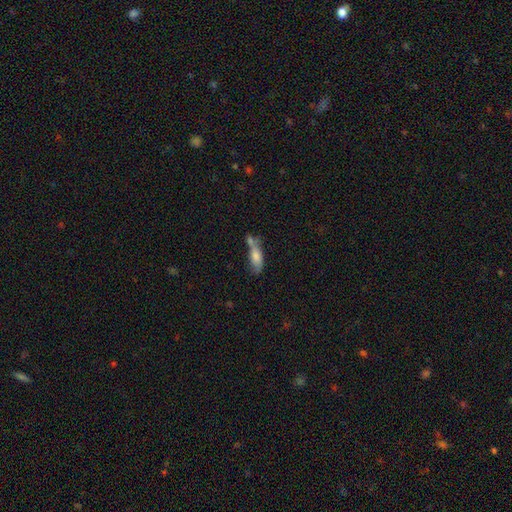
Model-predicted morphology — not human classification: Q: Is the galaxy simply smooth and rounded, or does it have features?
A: smooth — 66%.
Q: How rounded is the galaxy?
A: in between — 57%.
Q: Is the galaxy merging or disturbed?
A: none — 40%.